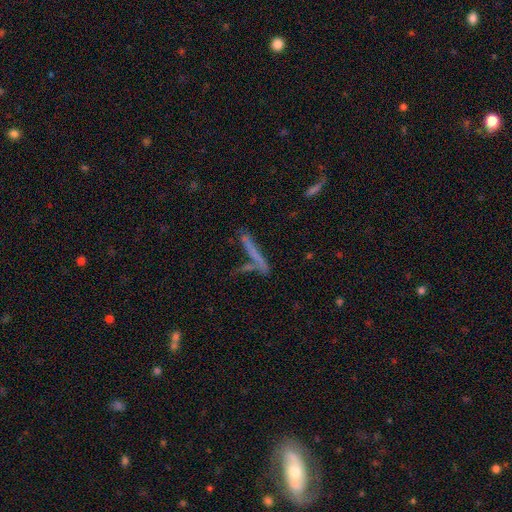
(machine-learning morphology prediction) Smooth or featured: smooth — 53% (featured or disk — 36%)
How rounded: cigar-shaped — 93% (in between — 5%)
Merging: none — 56% (merger — 20%)